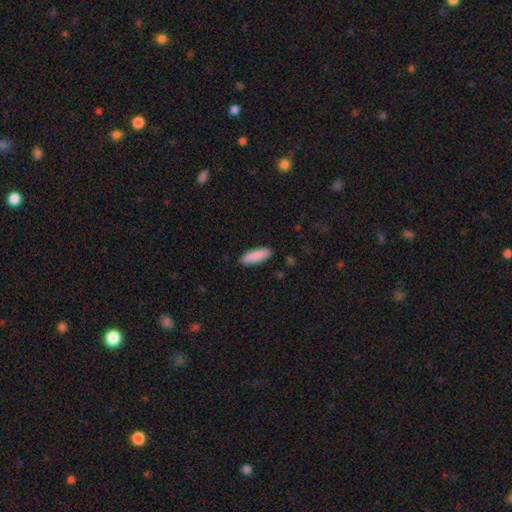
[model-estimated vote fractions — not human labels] Smooth or featured?
  - smooth: 89% *
  - star or artifact: 6%
  - featured or disk: 5%
How rounded?
  - in between: 59% *
  - cigar-shaped: 39%
  - round: 2%
Merging?
  - none: 89% *
  - minor disturbance: 8%
  - major disturbance: 2%
  - merger: 1%